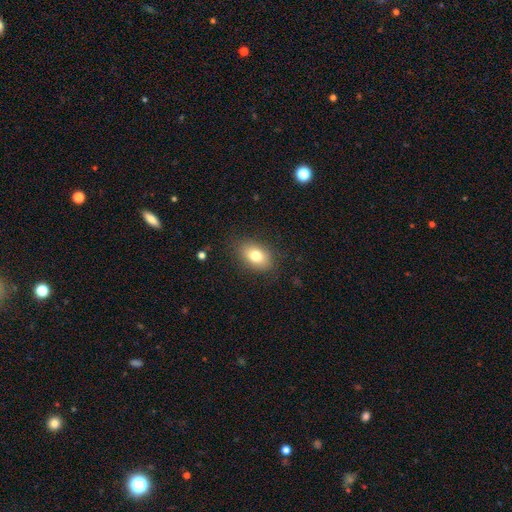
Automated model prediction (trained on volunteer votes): Smooth or featured: smooth — 78% (featured or disk — 13%)
How rounded: in between — 84% (round — 15%)
Merging: none — 84% (minor disturbance — 11%)